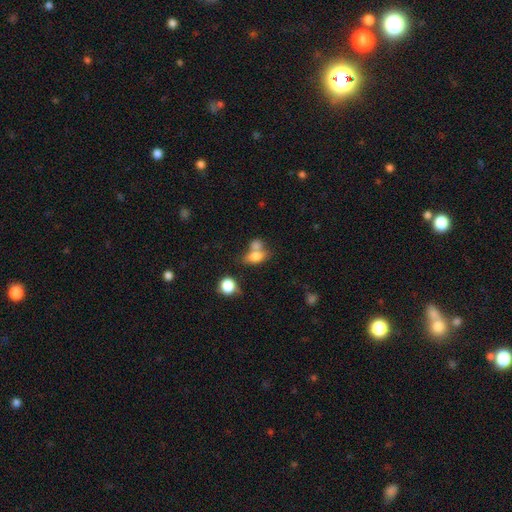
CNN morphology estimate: type=smooth (74%); roundness=in between (74%); merging=merger (51%).